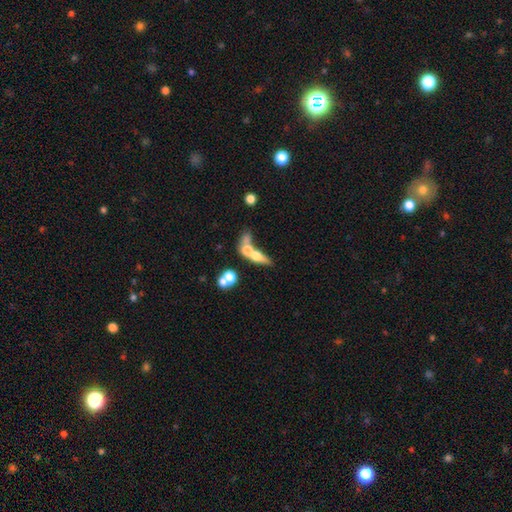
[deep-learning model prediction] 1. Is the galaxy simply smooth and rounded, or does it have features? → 54% smooth, 35% featured or disk, 12% star or artifact.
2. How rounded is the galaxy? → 46% in between, 30% cigar-shaped, 24% round.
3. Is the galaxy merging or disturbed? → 63% merger, 20% none, 9% major disturbance, 8% minor disturbance.